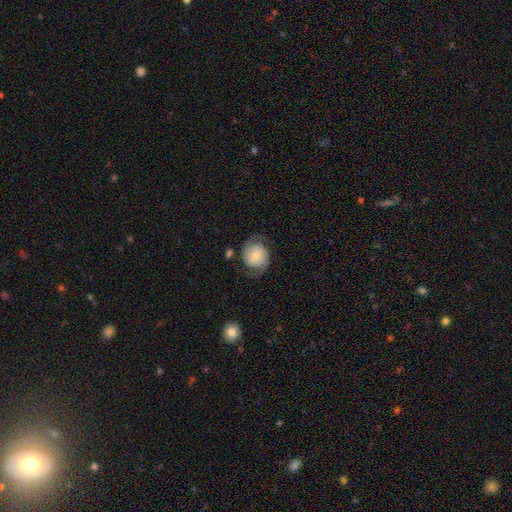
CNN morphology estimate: Smooth or featured? featured or disk (69%)
Edge-on disk? no (97%)
Bar? no (68%)
Spiral arms? yes (93%)
Spiral winding? medium (43%)
Spiral arm count? 2 (91%)
Bulge size? small (57%)
Merging? none (73%)